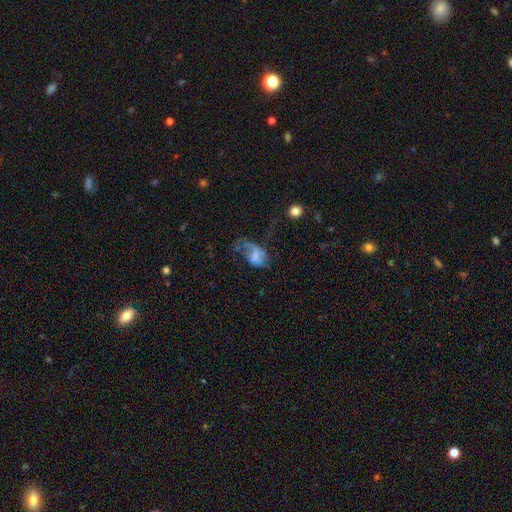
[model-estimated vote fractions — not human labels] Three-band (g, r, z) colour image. It shows a smooth galaxy with no disk features (45%). Merging: major disturbance (56%).